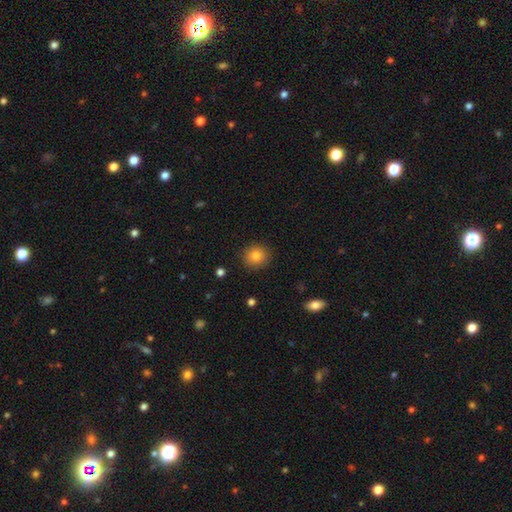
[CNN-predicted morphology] A smooth galaxy with no disk features (82%) that is round (88%). Merging: none (89%).